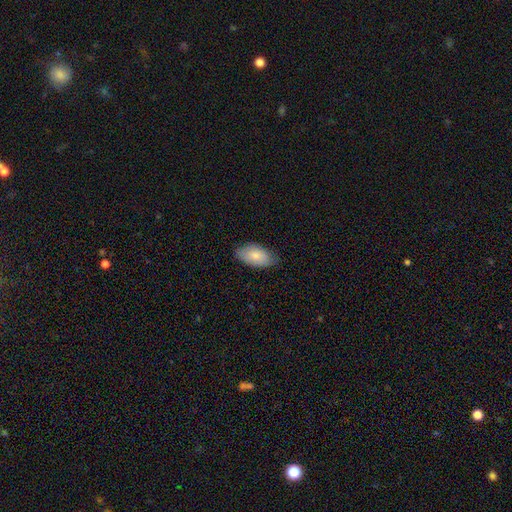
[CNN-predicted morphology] This is likely a smooth galaxy (78%). How rounded: clearly in between (94%). Merging: likely none (74%).